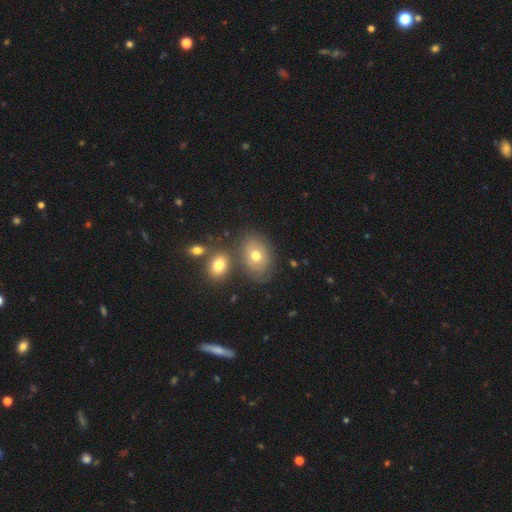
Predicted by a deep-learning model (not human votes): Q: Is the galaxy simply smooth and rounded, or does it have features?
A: smooth — 61%.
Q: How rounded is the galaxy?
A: in between — 68%.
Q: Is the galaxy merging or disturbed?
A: none — 64%.